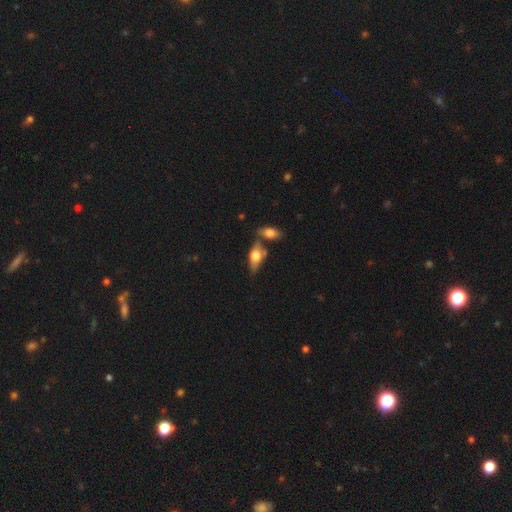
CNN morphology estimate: Q: Smooth or featured?
A: smooth (51%); runner-up: featured or disk (42%)
Q: How rounded?
A: in between (73%); runner-up: cigar-shaped (22%)
Q: Merging?
A: none (55%); runner-up: merger (26%)